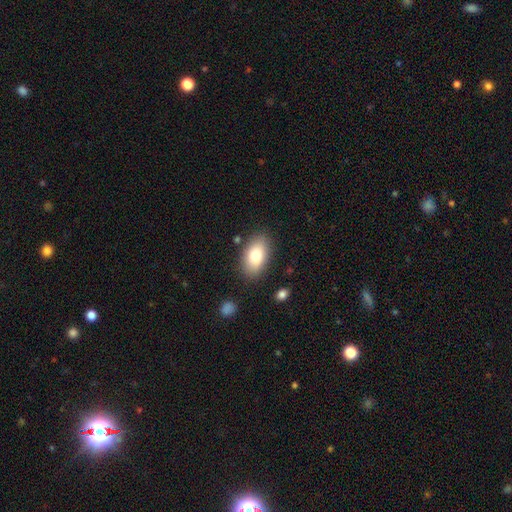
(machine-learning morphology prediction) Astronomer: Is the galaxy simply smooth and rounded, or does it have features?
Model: smooth — 84%.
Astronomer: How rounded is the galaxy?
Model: in between — 93%.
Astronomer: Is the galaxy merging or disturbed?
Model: none — 83%.